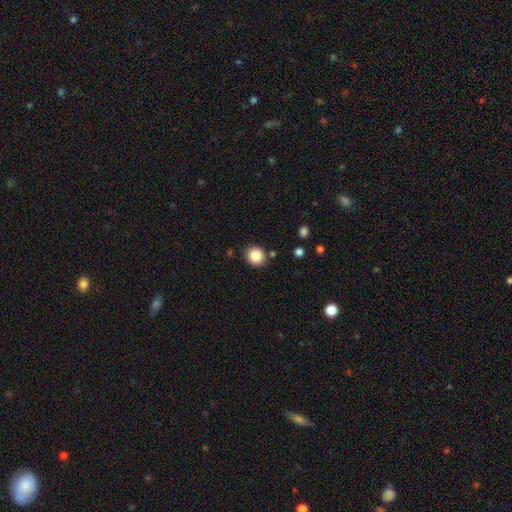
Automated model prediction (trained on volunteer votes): The model was most divided on "smooth or featured": smooth: 85%, star or artifact: 9%, featured or disk: 5%. More confident: how rounded — round (88%); merging — none (88%).